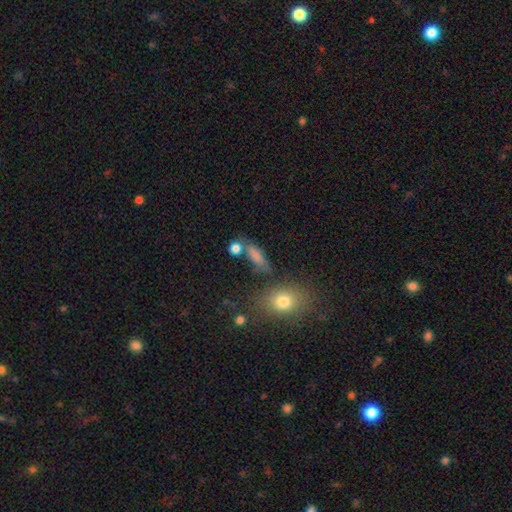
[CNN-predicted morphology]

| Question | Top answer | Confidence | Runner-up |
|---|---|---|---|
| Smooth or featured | smooth | 78% | star or artifact (11%) |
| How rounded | in between | 49% | cigar-shaped (39%) |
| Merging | none | 60% | minor disturbance (17%) |